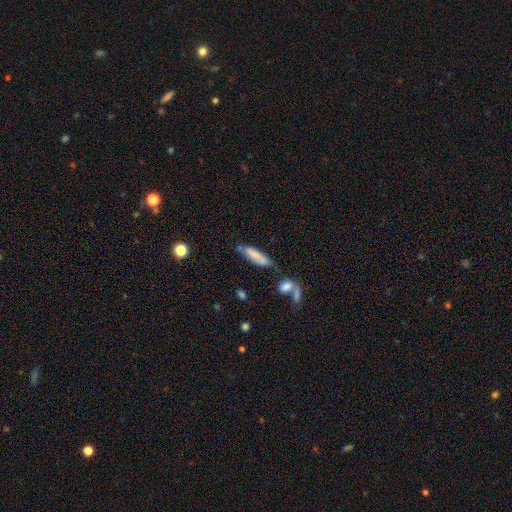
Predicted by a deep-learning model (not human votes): Q: Smooth or featured?
A: smooth (66%); runner-up: featured or disk (26%)
Q: How rounded?
A: cigar-shaped (59%); runner-up: in between (39%)
Q: Merging?
A: none (50%); runner-up: minor disturbance (22%)